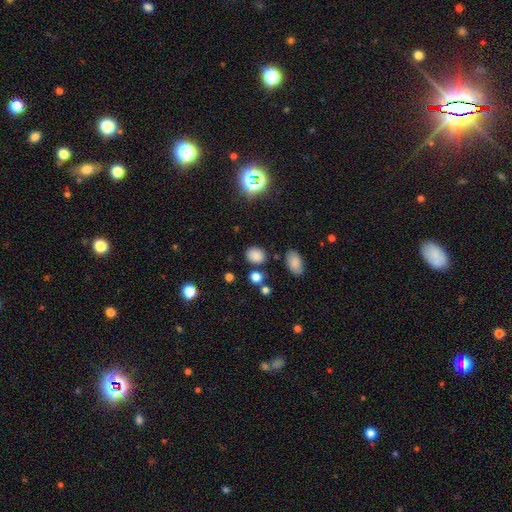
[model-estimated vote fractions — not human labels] Morphology: type=smooth (80%); roundness=round (52%); merging=none (81%).